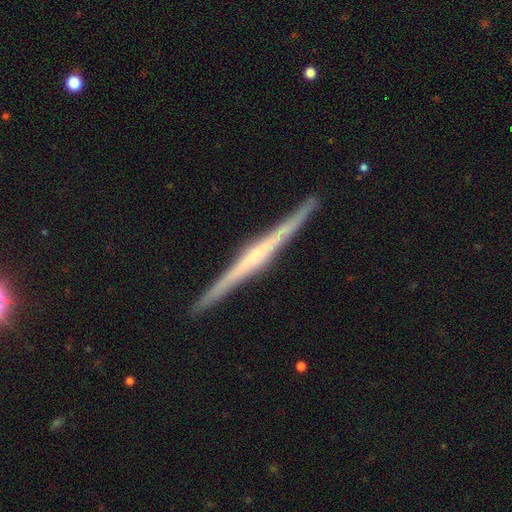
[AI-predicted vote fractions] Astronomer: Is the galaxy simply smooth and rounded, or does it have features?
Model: featured or disk — 79%.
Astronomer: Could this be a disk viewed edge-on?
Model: yes — 98%.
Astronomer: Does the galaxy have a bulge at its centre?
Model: none — 41% (runner-up: rounded, 36%).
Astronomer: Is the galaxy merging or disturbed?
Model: none — 91%.